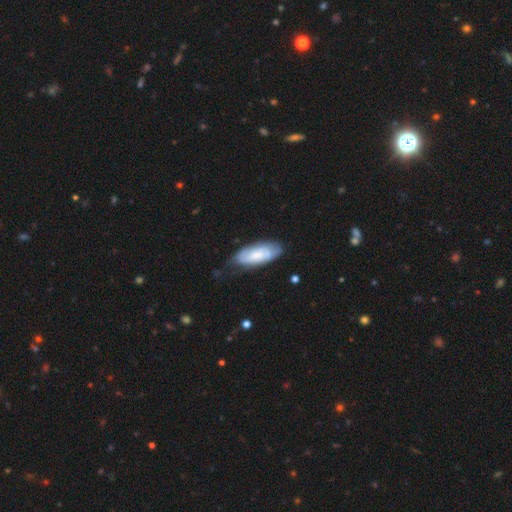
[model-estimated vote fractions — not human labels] This is possibly a smooth galaxy (52%). How rounded: likely in between (77%). Merging: likely none (67%).